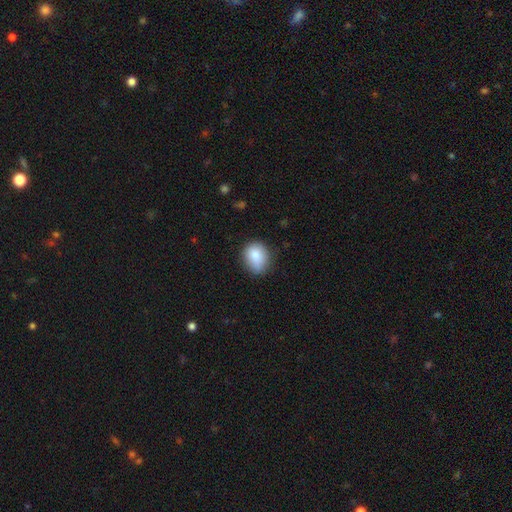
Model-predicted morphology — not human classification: Smooth or featured?
  - smooth: 84% *
  - star or artifact: 8%
  - featured or disk: 8%
How rounded?
  - round: 60% *
  - in between: 39%
  - cigar-shaped: 1%
Merging?
  - none: 72% *
  - minor disturbance: 22%
  - major disturbance: 4%
  - merger: 2%